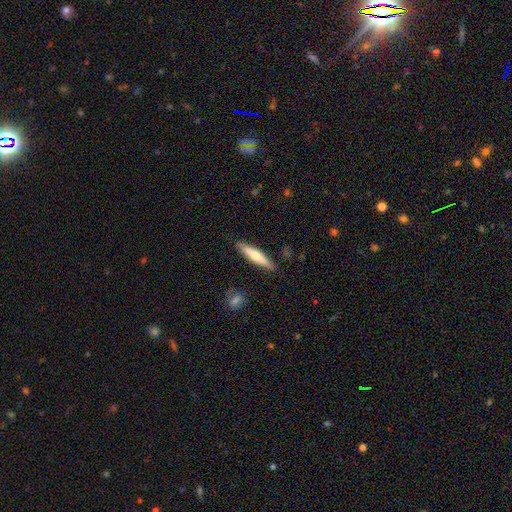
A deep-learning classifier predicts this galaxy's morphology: Q: Smooth or featured?
A: smooth (54%); runner-up: featured or disk (40%)
Q: How rounded?
A: cigar-shaped (87%); runner-up: in between (11%)
Q: Merging?
A: none (88%); runner-up: minor disturbance (8%)